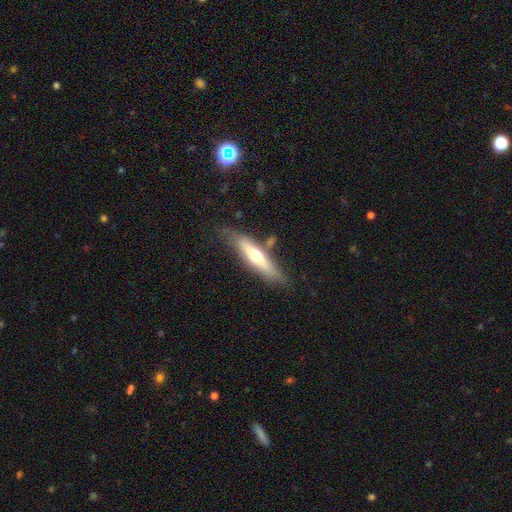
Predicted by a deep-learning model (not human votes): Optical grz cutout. It shows a smooth galaxy with no disk features (47%, tied with featured or disk). Merging: none (72%).